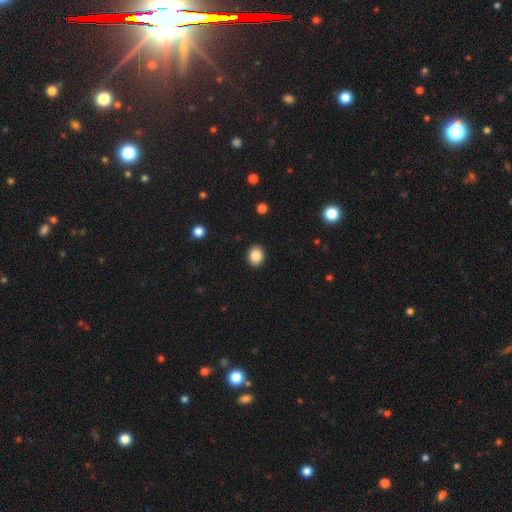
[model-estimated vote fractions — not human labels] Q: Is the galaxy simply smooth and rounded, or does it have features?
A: smooth — 87%.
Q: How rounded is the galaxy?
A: round — 60%.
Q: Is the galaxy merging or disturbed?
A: none — 91%.